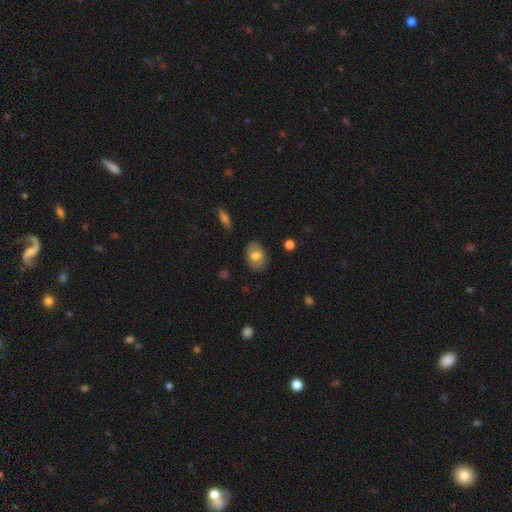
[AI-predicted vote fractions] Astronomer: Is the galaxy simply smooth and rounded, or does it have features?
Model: smooth — 72%.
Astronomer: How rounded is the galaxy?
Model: in between — 81%.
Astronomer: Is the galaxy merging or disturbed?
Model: none — 84%.